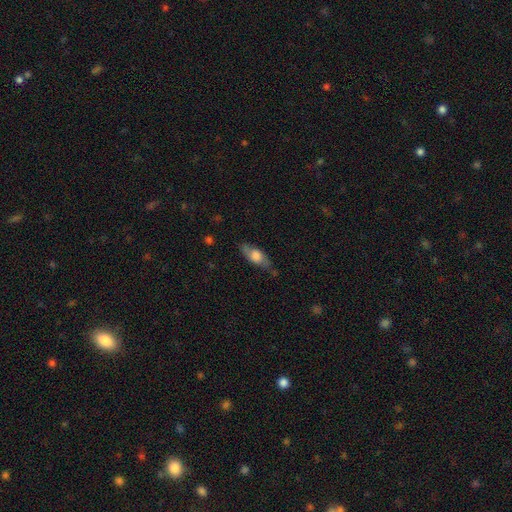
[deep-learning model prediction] smooth-or-featured: smooth: 57% | featured or disk: 36% | star or artifact: 6%
  how-rounded: in between: 69% | cigar-shaped: 27% | round: 4%
  merging: none: 73% | minor disturbance: 20% | major disturbance: 5% | merger: 2%